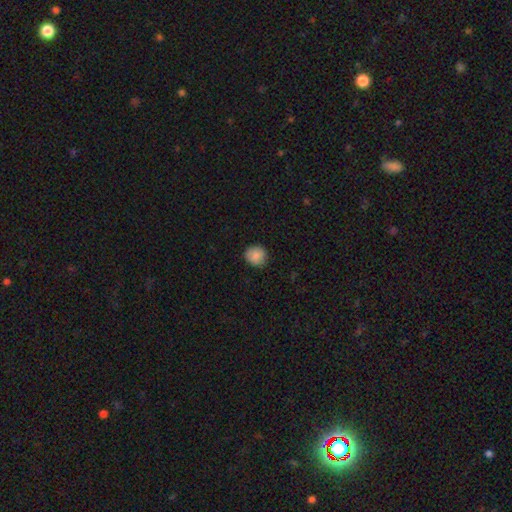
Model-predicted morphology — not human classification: Q: Smooth or featured?
A: smooth (86%); runner-up: star or artifact (8%)
Q: How rounded?
A: round (86%); runner-up: in between (13%)
Q: Merging?
A: none (87%); runner-up: minor disturbance (10%)